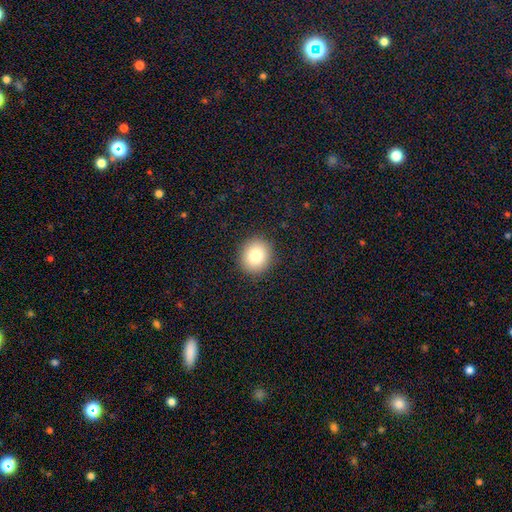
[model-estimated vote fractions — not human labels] This appears to be a smooth galaxy with no disk features (81%) that is round (82%). Merging: none (91%).